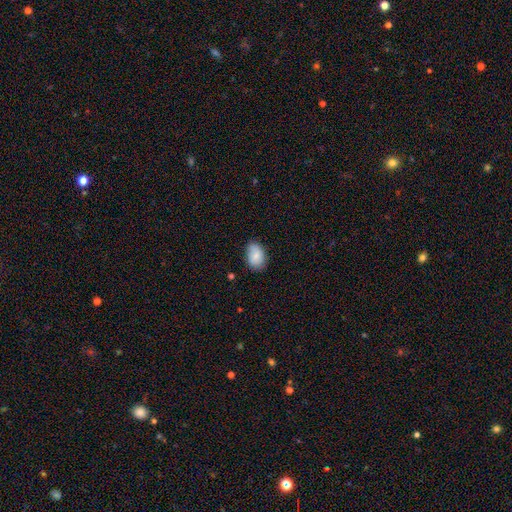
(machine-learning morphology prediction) type=smooth (81%); roundness=in between (85%); merging=none (73%).